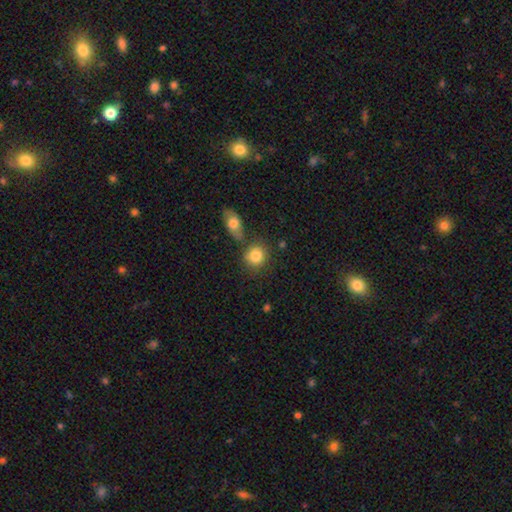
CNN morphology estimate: smooth_or_featured: smooth (p=0.84) [alt: star or artifact p=0.08]
how_rounded: round (p=0.76) [alt: in between p=0.22]
merging: none (p=0.69) [alt: merger p=0.15]